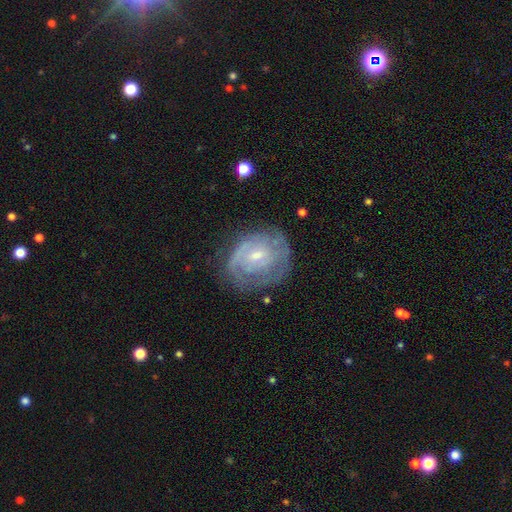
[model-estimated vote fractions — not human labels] smooth_or_featured: featured or disk (p=0.75) [alt: smooth p=0.18]
disk_edge_on: no (p=0.97) [alt: yes p=0.03]
bar: no (p=0.56) [alt: weak p=0.38]
has_spiral_arms: yes (p=0.82) [alt: no p=0.18]
spiral_winding: tight (p=0.63) [alt: medium p=0.27]
spiral_arm_count: can't tell (p=0.49) [alt: 2 p=0.24]
bulge_size: small (p=0.60) [alt: moderate p=0.35]
merging: none (p=0.63) [alt: minor disturbance p=0.23]